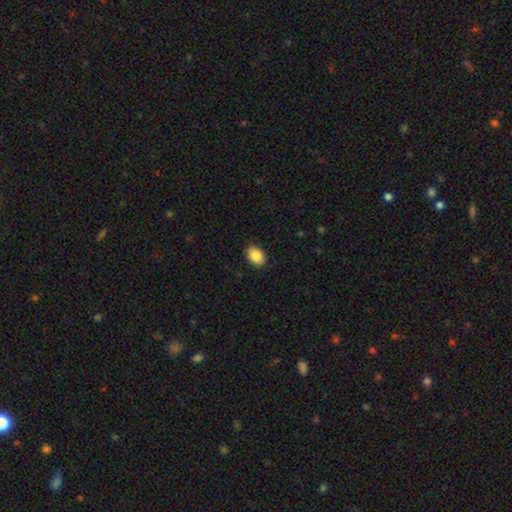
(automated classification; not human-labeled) smooth_or_featured: smooth (p=0.86) [alt: star or artifact p=0.08]
how_rounded: in between (p=0.72) [alt: round p=0.27]
merging: none (p=0.86) [alt: minor disturbance p=0.11]